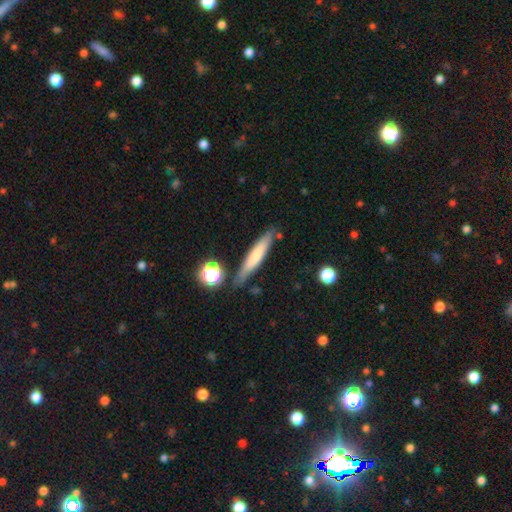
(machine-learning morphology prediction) Smooth or featured? smooth (63%)
How rounded? cigar-shaped (90%)
Merging? none (80%)